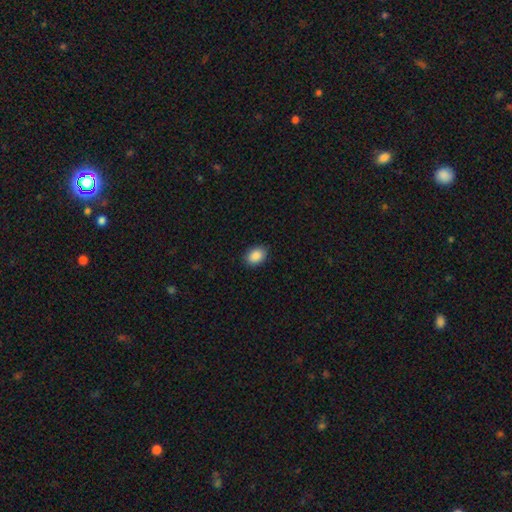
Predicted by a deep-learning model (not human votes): smooth 89%, star or artifact 8%, featured or disk 4%. Down the decision tree: how rounded — in between (77%); merging — none (88%).